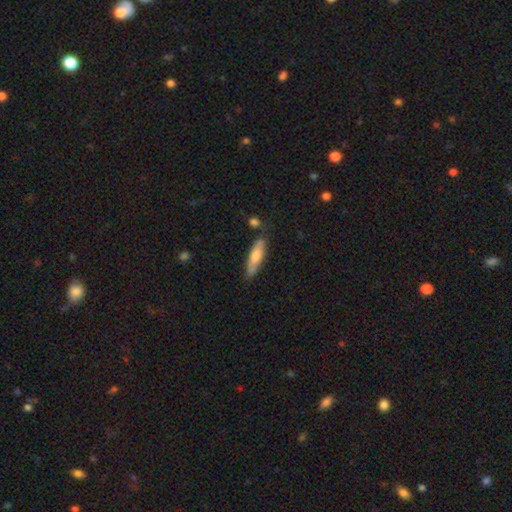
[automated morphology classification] Q: Smooth or featured?
A: smooth (66%); runner-up: featured or disk (28%)
Q: How rounded?
A: cigar-shaped (76%); runner-up: in between (22%)
Q: Merging?
A: none (77%); runner-up: minor disturbance (15%)